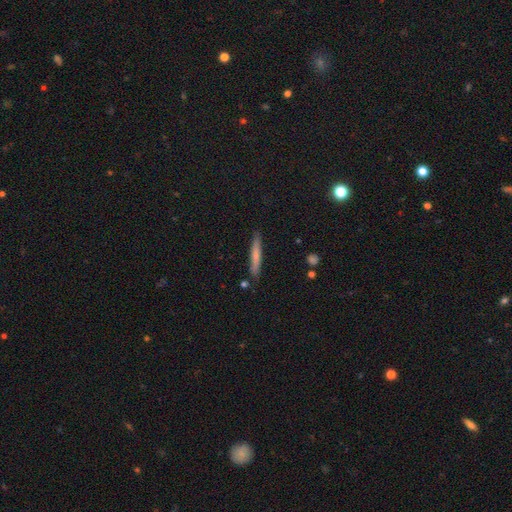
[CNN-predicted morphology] This appears to be a smooth galaxy with no disk features (67%) that is cigar-shaped (94%). Merging: none (86%).